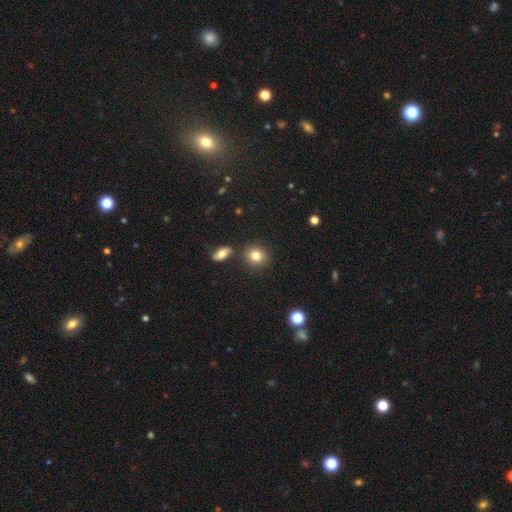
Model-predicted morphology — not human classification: Q: Smooth or featured?
A: smooth (81%); runner-up: star or artifact (11%)
Q: How rounded?
A: round (82%); runner-up: in between (17%)
Q: Merging?
A: none (82%); runner-up: minor disturbance (8%)